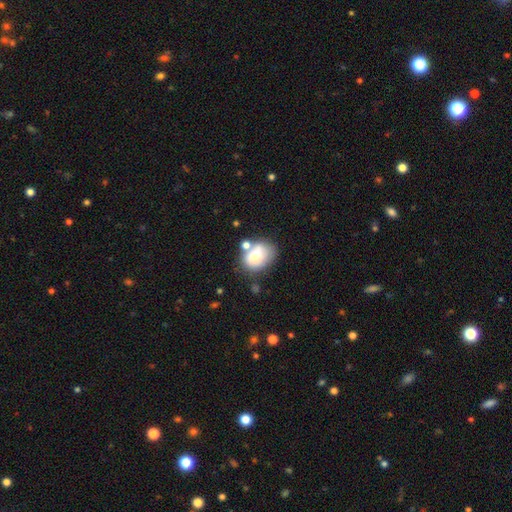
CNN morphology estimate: smooth-or-featured: smooth: 72% | featured or disk: 19% | star or artifact: 9%
  how-rounded: in between: 70% | round: 29% | cigar-shaped: 1%
  merging: none: 42% | merger: 26% | minor disturbance: 21% | major disturbance: 11%